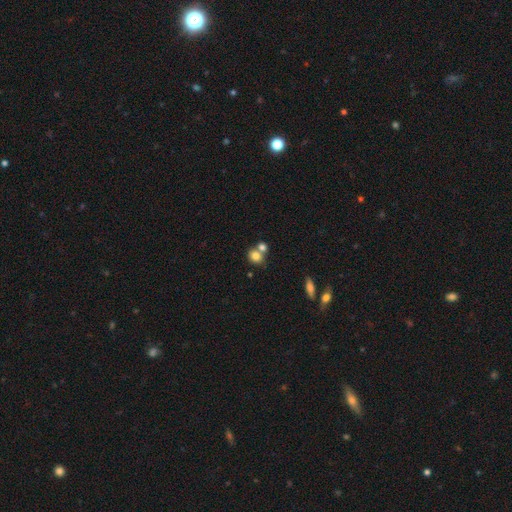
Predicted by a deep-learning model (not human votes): The model was most divided on "merging": merger: 45%, none: 44%, minor disturbance: 8%, major disturbance: 3%. More confident: smooth or featured — smooth (80%); how rounded — round (69%).